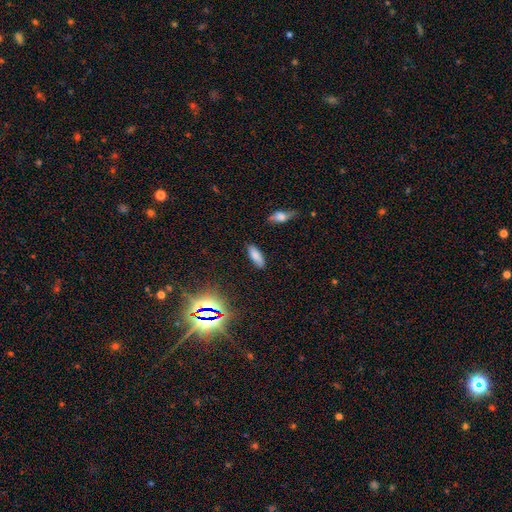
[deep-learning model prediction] Morphology: type=smooth (77%); roundness=in between (65%); merging=none (84%).